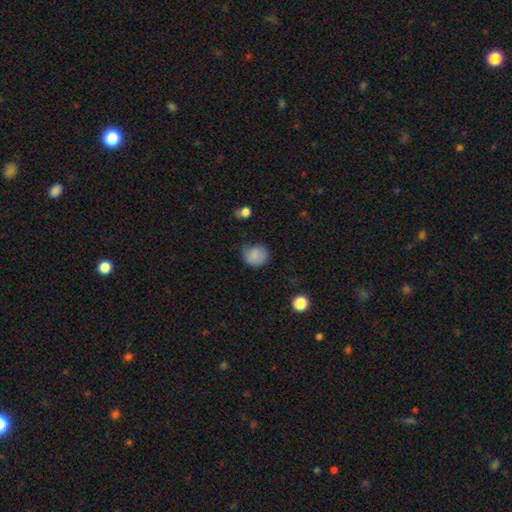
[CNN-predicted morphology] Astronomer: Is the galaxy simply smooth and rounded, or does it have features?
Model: smooth — 84%.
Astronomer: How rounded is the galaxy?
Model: round — 79%.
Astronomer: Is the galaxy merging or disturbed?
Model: none — 57%.